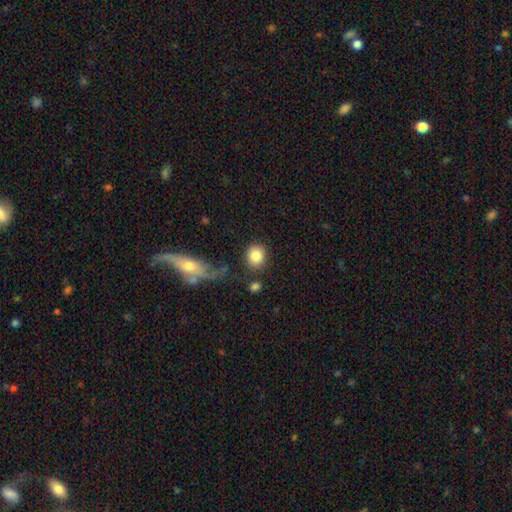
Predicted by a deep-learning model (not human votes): smooth_or_featured: smooth (p=0.84) [alt: featured or disk p=0.08]
how_rounded: round (p=0.80) [alt: in between p=0.19]
merging: none (p=0.75) [alt: minor disturbance p=0.10]